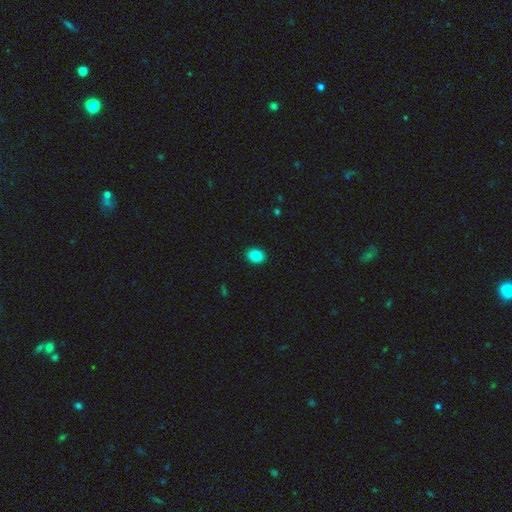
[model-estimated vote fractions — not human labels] Smooth or featured?
  - smooth: 85% *
  - star or artifact: 9%
  - featured or disk: 6%
How rounded?
  - in between: 59% *
  - round: 40%
  - cigar-shaped: 1%
Merging?
  - none: 91% *
  - minor disturbance: 6%
  - major disturbance: 2%
  - merger: 1%